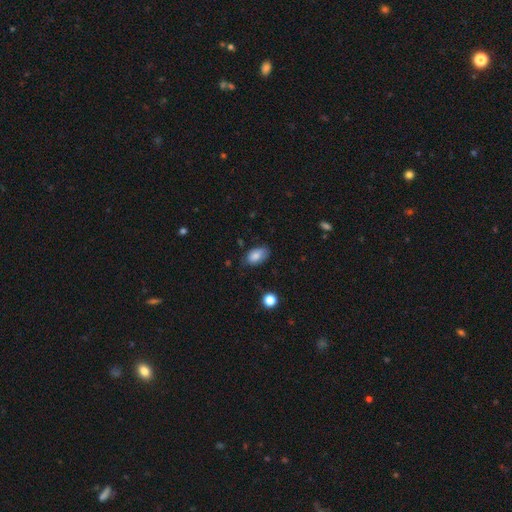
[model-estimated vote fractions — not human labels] Smooth or featured? Predicted: smooth (p=0.82). How rounded? Predicted: in between (p=0.91). Merging? Predicted: none (p=0.69).